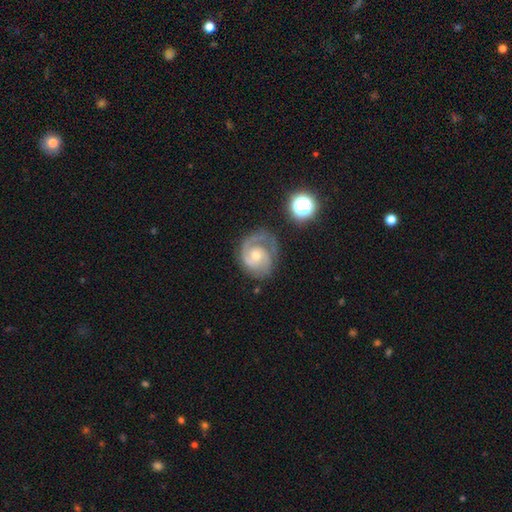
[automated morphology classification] Smooth or featured: featured or disk — 84% (smooth — 10%)
Edge-on disk: no — 98% (yes — 2%)
Bar: no — 66% (weak — 30%)
Spiral arms: yes — 96% (no — 4%)
Spiral winding: tight — 48% (medium — 42%)
Spiral arm count: 2 — 61% (1 — 19%)
Bulge size: moderate — 54% (small — 41%)
Merging: none — 62% (minor disturbance — 22%)